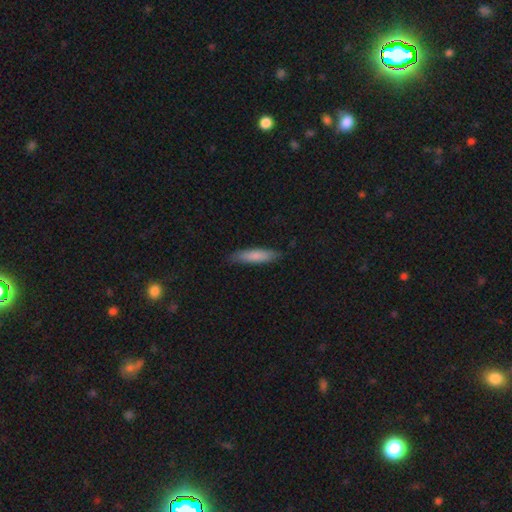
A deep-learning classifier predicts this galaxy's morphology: The model was most divided on "how rounded": cigar-shaped: 78%, in between: 20%, round: 1%. More confident: merging — none (85%); smooth or featured — smooth (81%).